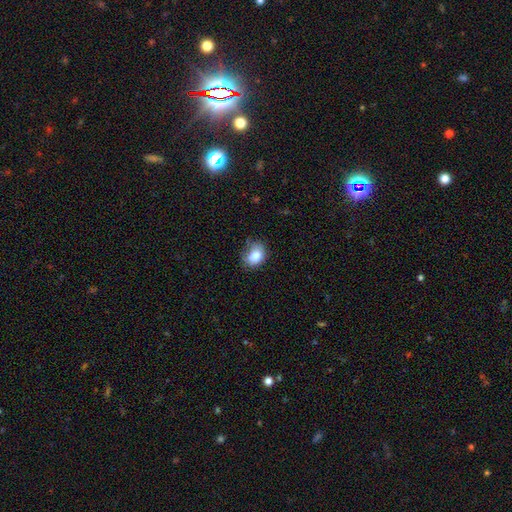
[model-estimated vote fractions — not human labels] Smooth or featured? smooth (79%)
How rounded? in between (60%)
Merging? none (60%)